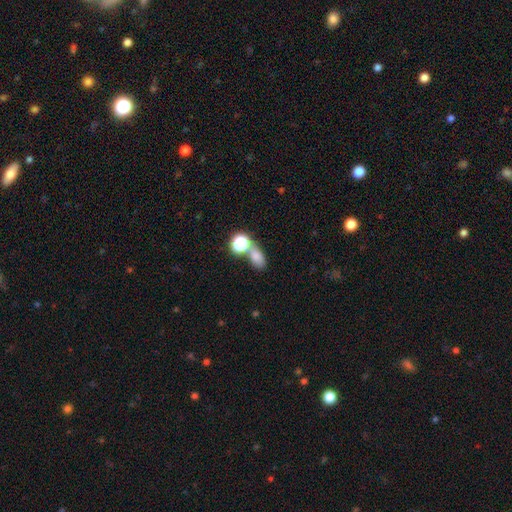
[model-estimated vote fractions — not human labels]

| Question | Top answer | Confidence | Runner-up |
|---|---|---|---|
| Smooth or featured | smooth | 72% | star or artifact (17%) |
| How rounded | in between | 70% | round (27%) |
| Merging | none | 42% | merger (39%) |